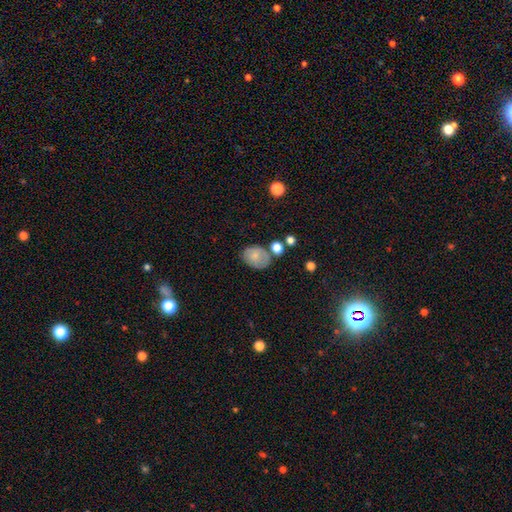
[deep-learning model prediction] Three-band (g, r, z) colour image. It shows a smooth galaxy with no disk features (71%) that is in between round and cigar-shaped (68%). Merging: none (63%).